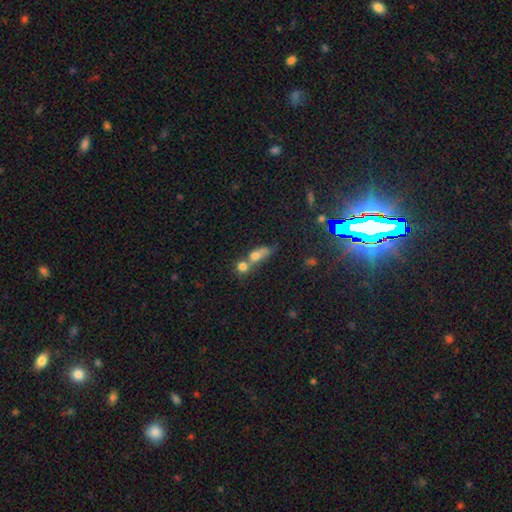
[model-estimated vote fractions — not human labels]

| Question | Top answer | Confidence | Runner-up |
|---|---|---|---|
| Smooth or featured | smooth | 61% | featured or disk (22%) |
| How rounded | in between | 46% | round (35%) |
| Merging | merger | 61% | none (24%) |